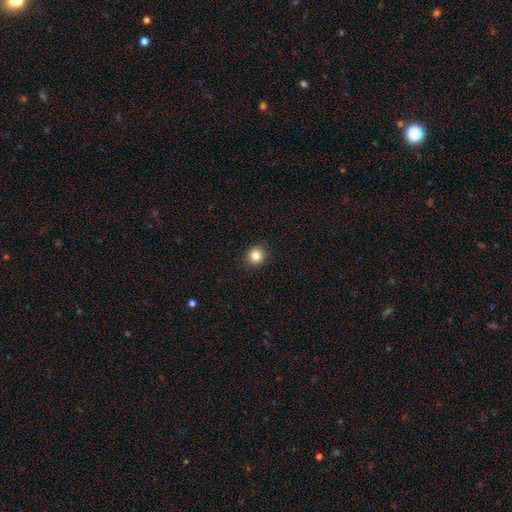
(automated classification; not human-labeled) This appears to be a smooth galaxy with no disk features (84%) that is round (90%). Merging: none (92%).